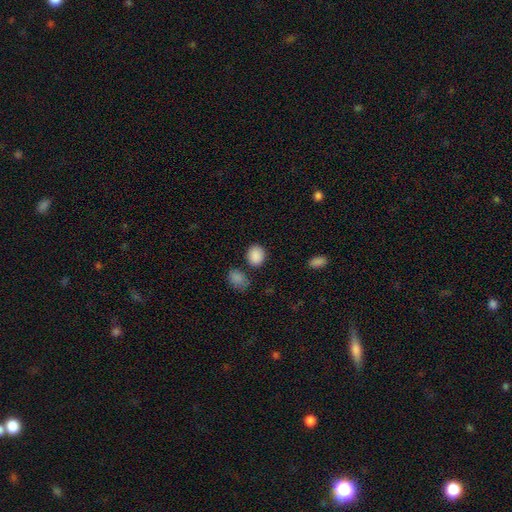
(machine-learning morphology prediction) smooth_or_featured: smooth (p=0.89) [alt: star or artifact p=0.08]
how_rounded: round (p=0.56) [alt: in between p=0.43]
merging: none (p=0.81) [alt: minor disturbance p=0.10]